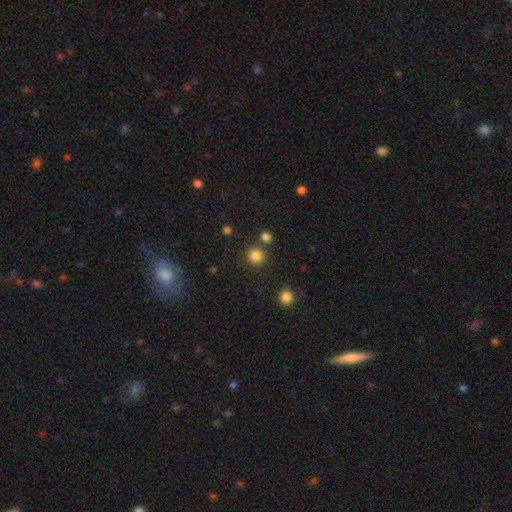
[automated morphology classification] This appears to be a smooth galaxy with no disk features (82%) that is round (91%). Merging: none (81%).